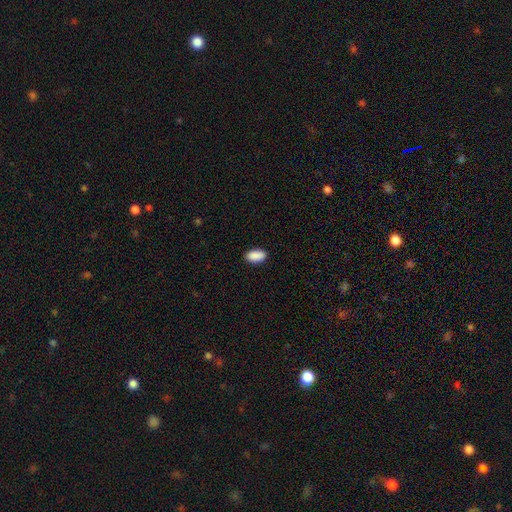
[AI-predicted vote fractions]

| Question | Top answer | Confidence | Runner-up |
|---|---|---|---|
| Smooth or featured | smooth | 91% | star or artifact (7%) |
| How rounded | in between | 94% | round (3%) |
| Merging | none | 89% | minor disturbance (8%) |